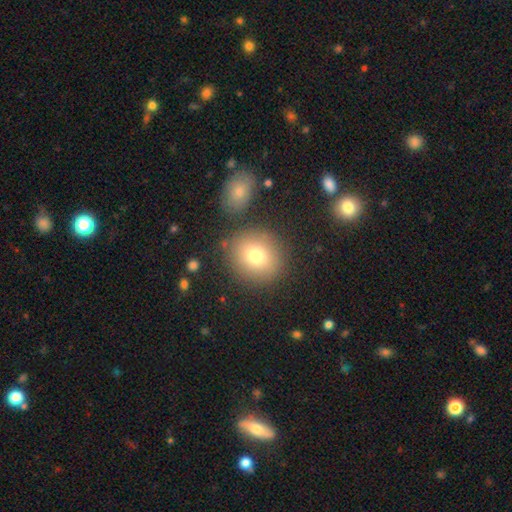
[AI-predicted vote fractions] Smooth or featured: smooth — 77% (star or artifact — 12%)
How rounded: round — 85% (in between — 14%)
Merging: none — 81% (minor disturbance — 9%)